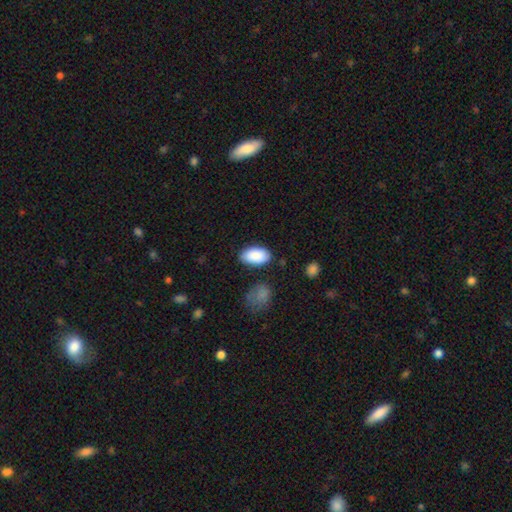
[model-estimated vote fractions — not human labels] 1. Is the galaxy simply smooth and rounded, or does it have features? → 89% smooth, 6% star or artifact, 5% featured or disk.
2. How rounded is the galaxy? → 95% in between, 4% round, 2% cigar-shaped.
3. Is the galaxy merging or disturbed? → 80% none, 13% minor disturbance, 3% merger, 3% major disturbance.